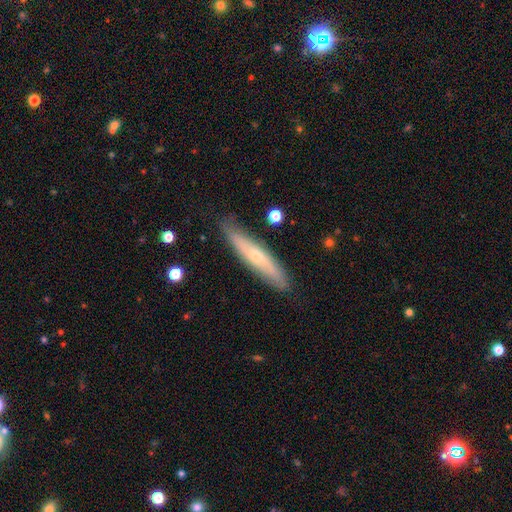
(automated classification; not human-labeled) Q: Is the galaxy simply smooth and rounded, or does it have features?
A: featured or disk — 52%.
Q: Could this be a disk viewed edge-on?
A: yes — 68%.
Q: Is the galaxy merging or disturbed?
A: none — 82%.